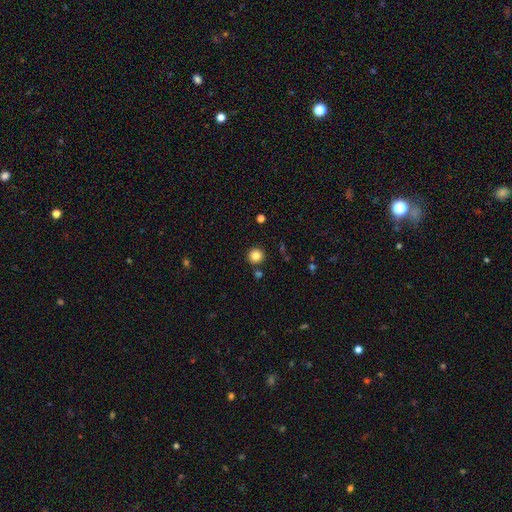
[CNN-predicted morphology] Smooth or featured?
  - smooth: 84% *
  - star or artifact: 11%
  - featured or disk: 5%
How rounded?
  - round: 95% *
  - in between: 4%
  - cigar-shaped: 1%
Merging?
  - none: 89% *
  - minor disturbance: 5%
  - merger: 4%
  - major disturbance: 2%